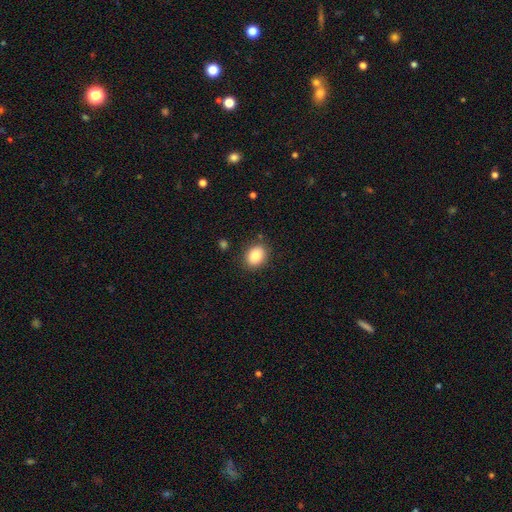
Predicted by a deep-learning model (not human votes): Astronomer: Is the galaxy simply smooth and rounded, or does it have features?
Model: smooth — 84%.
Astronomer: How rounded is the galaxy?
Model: in between — 52% (runner-up: round, 47%).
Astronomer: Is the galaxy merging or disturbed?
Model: none — 86%.